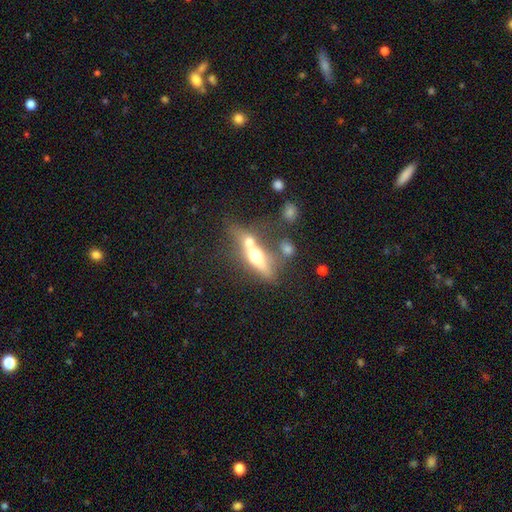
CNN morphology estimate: Q: Smooth or featured?
A: featured or disk (48%); runner-up: smooth (43%)
Q: Merging?
A: merger (48%); runner-up: none (33%)